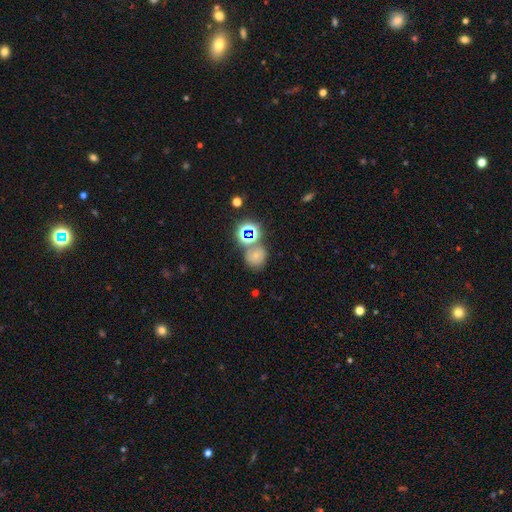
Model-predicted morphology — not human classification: type=smooth (53%); roundness=round (72%); merging=none (57%).